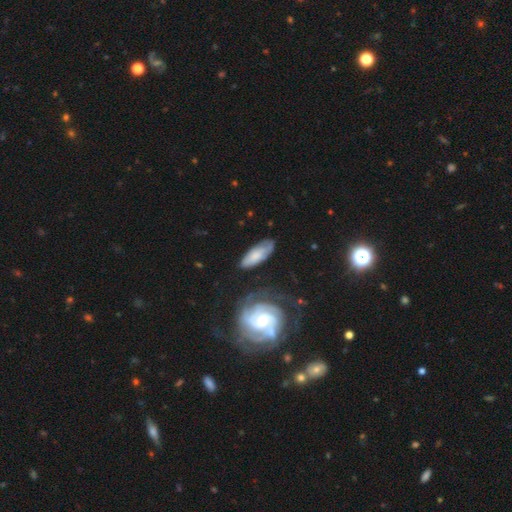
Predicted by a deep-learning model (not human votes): Morphology: type=smooth (51%); roundness=in between (68%); merging=none (68%).